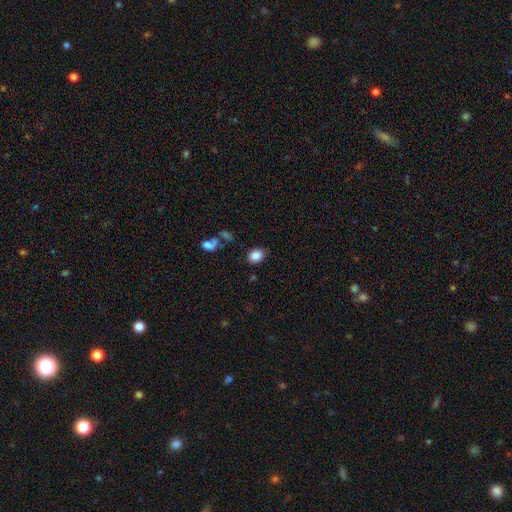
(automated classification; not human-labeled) A smooth galaxy with no disk features (86%) that is in between round and cigar-shaped (54%). Merging: none (81%).